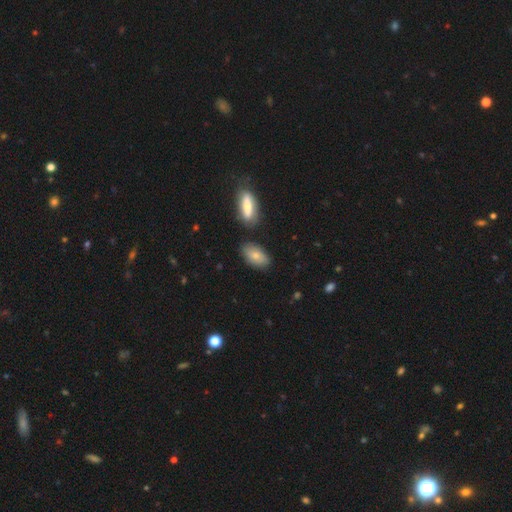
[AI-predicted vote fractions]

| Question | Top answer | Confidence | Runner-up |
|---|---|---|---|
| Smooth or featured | smooth | 77% | featured or disk (17%) |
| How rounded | in between | 90% | cigar-shaped (5%) |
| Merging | none | 77% | minor disturbance (14%) |